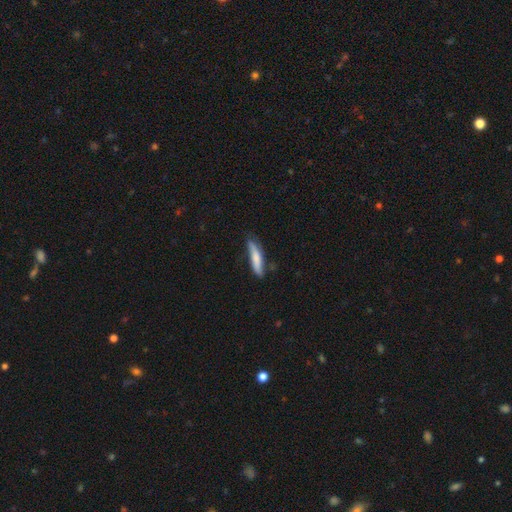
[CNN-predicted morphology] Smooth or featured?
  - smooth: 66% *
  - featured or disk: 28%
  - star or artifact: 6%
How rounded?
  - cigar-shaped: 84% *
  - in between: 15%
  - round: 2%
Merging?
  - none: 65% *
  - minor disturbance: 27%
  - major disturbance: 5%
  - merger: 3%